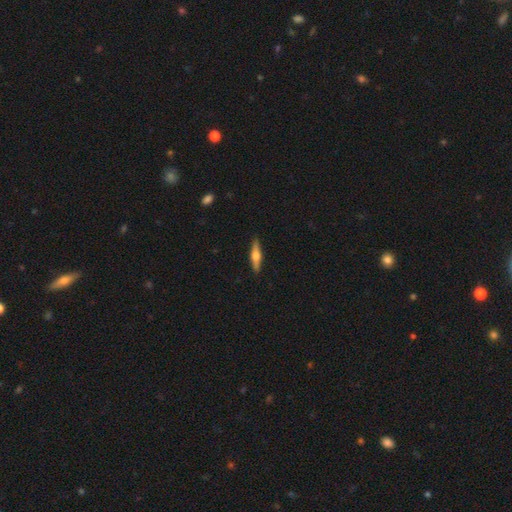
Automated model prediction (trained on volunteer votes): Q: Smooth or featured?
A: featured or disk (57%); runner-up: smooth (37%)
Q: Edge-on disk?
A: yes (96%); runner-up: no (4%)
Q: Edge-on bulge?
A: rounded (90%); runner-up: boxy (7%)
Q: Merging?
A: none (90%); runner-up: minor disturbance (7%)